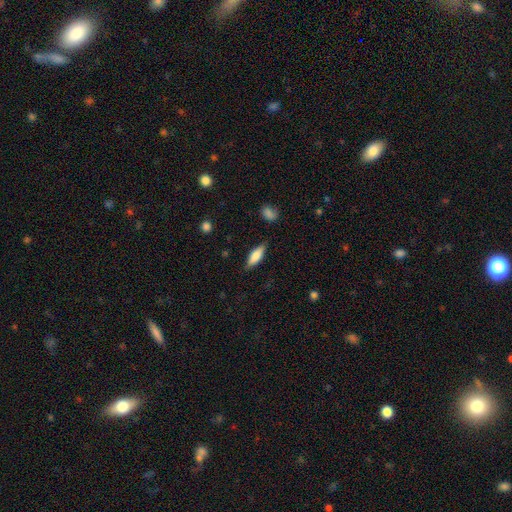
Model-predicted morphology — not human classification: type=smooth (73%); roundness=in between (58%); merging=none (82%).